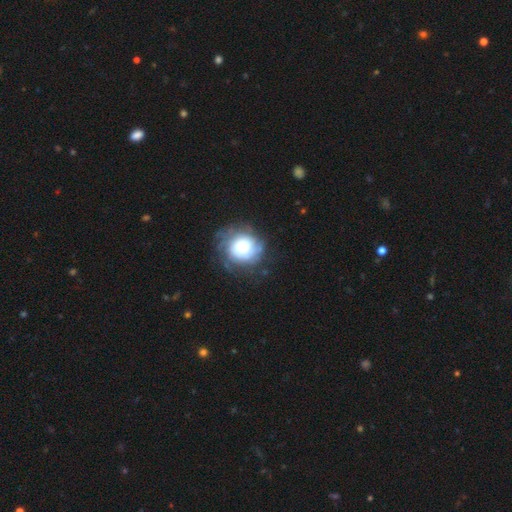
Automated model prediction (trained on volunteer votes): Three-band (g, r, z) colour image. It shows a featured or disk galaxy (49%). Merging: none (72%).